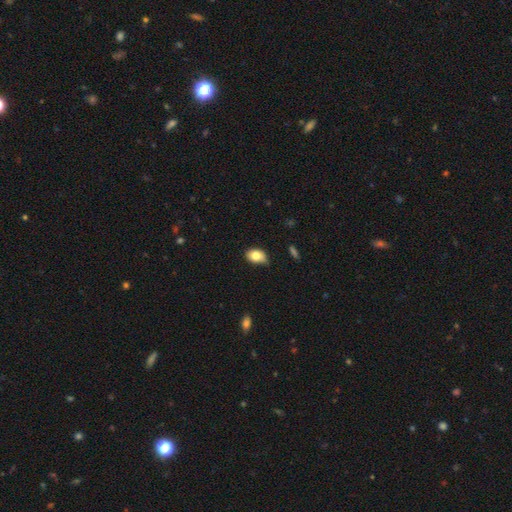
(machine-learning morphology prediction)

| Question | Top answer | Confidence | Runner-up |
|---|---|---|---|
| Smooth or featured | smooth | 80% | featured or disk (12%) |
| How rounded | in between | 82% | round (17%) |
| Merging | none | 61% | minor disturbance (32%) |